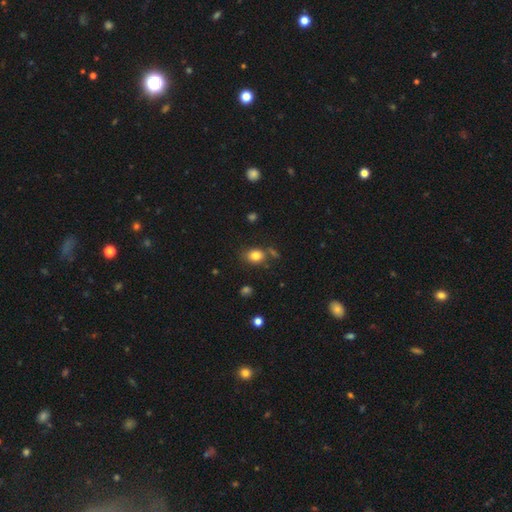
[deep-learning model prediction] smooth_or_featured: smooth (p=0.81) [alt: star or artifact p=0.11]
how_rounded: in between (p=0.59) [alt: round p=0.40]
merging: none (p=0.71) [alt: minor disturbance p=0.16]